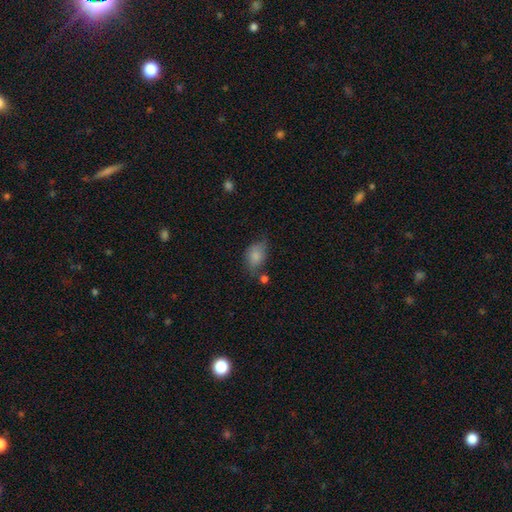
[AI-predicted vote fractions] A smooth galaxy with no disk features (80%) that is in between round and cigar-shaped (81%). Merging: none (46%).